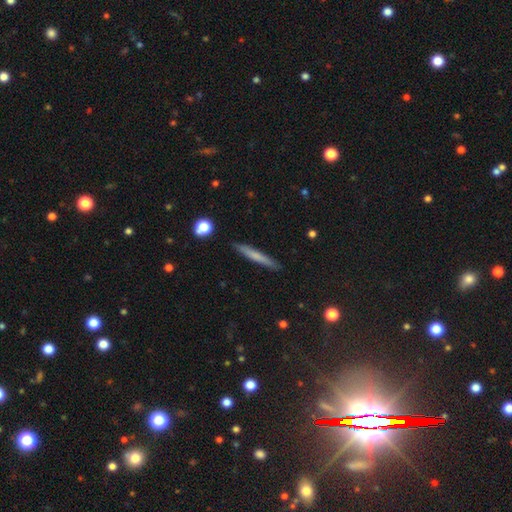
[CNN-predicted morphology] The model was most divided on "smooth or featured": smooth: 63%, featured or disk: 30%, star or artifact: 7%. More confident: how rounded — cigar-shaped (95%); merging — none (89%).